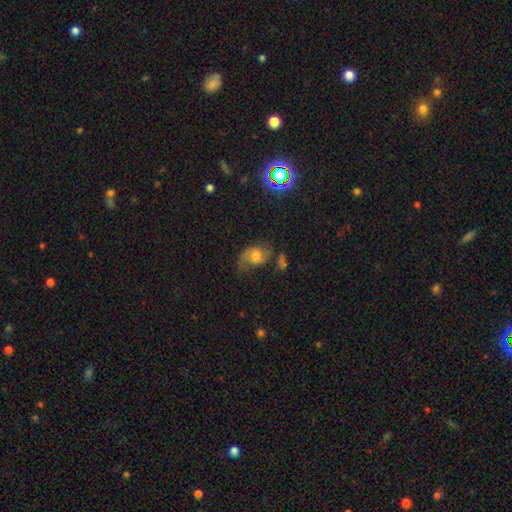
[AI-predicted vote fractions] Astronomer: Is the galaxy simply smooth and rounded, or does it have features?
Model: featured or disk — 53% (runner-up: smooth, 35%).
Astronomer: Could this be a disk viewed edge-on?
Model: no — 96%.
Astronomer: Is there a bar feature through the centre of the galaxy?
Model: no — 68%.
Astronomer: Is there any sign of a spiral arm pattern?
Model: yes — 84%.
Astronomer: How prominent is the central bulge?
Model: moderate — 60%.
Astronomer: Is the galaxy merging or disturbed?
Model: none — 55%.